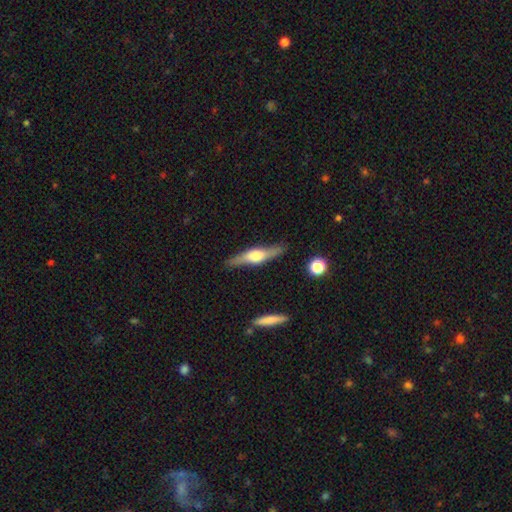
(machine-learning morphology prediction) The model was most divided on "smooth or featured": featured or disk: 67%, smooth: 28%, star or artifact: 6%. More confident: edge-on disk — yes (95%); edge-on bulge — rounded (87%); merging — none (86%).